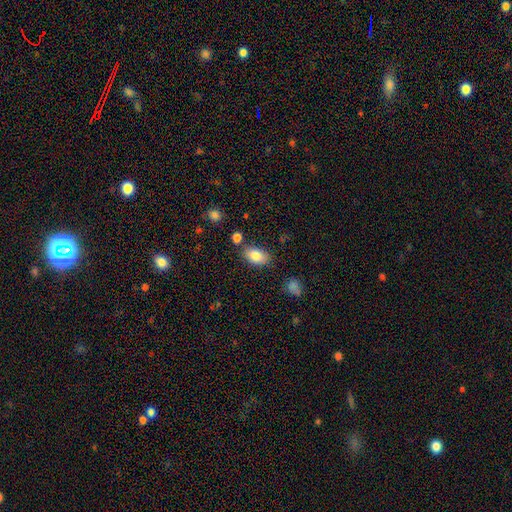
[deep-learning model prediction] Smooth or featured: smooth — 84% (featured or disk — 8%)
How rounded: in between — 90% (round — 9%)
Merging: none — 77% (minor disturbance — 14%)